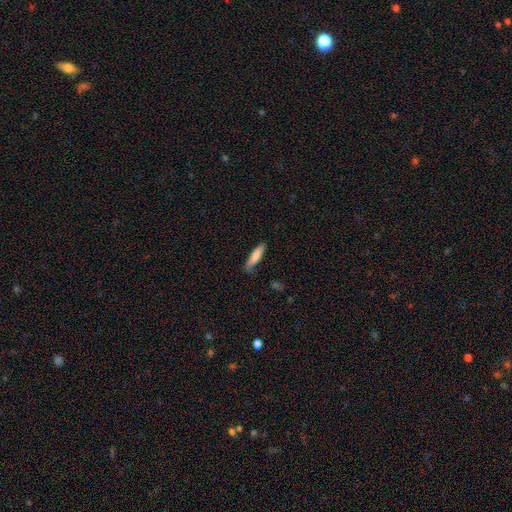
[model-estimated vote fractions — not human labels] Smooth or featured?
  - smooth: 80% *
  - featured or disk: 14%
  - star or artifact: 6%
How rounded?
  - cigar-shaped: 76% *
  - in between: 23%
  - round: 1%
Merging?
  - none: 78% *
  - minor disturbance: 17%
  - major disturbance: 3%
  - merger: 2%